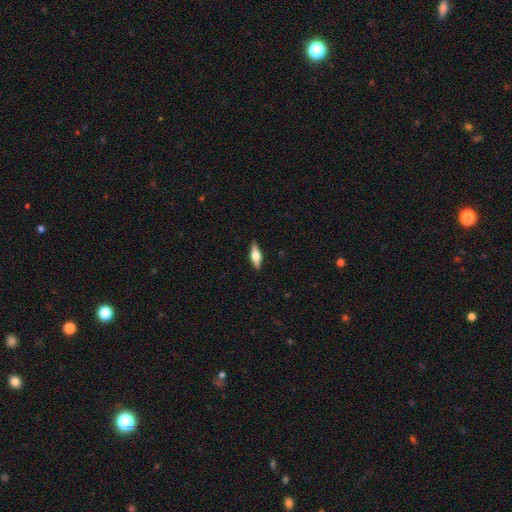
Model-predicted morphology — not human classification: This is possibly a featured or disk galaxy (49%). Merging: clearly none (90%).